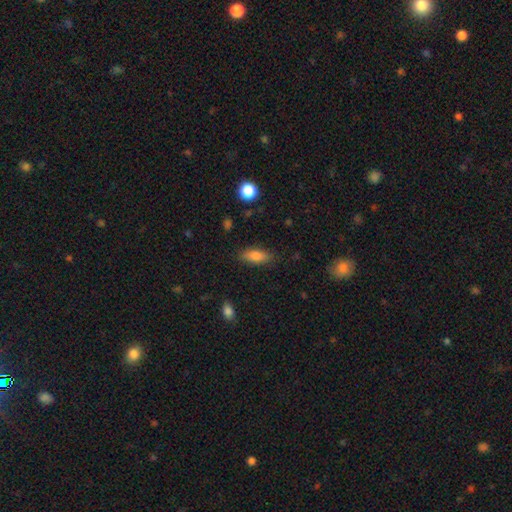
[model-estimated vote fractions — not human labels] Morphology: type=smooth (81%); roundness=in between (71%); merging=none (84%).